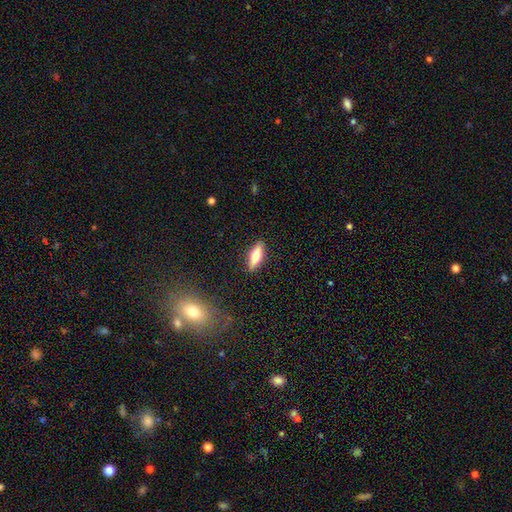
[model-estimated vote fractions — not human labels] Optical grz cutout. It shows a smooth galaxy with no disk features (55%) that is in between round and cigar-shaped (53%). Merging: none (89%).